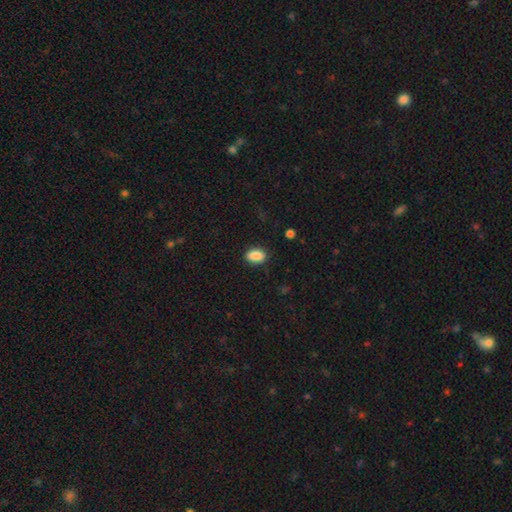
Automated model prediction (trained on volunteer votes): Smooth or featured?
  - smooth: 89% *
  - star or artifact: 8%
  - featured or disk: 3%
How rounded?
  - in between: 89% *
  - round: 9%
  - cigar-shaped: 2%
Merging?
  - none: 86% *
  - minor disturbance: 10%
  - major disturbance: 2%
  - merger: 1%